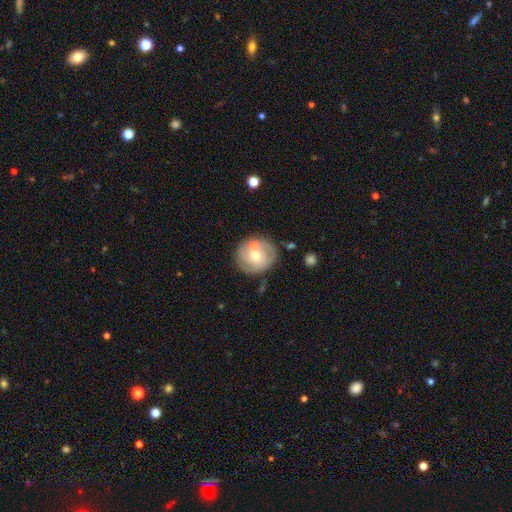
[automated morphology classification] smooth-or-featured: smooth: 47% | featured or disk: 45% | star or artifact: 8%
  merging: none: 64% | merger: 17% | minor disturbance: 14% | major disturbance: 5%